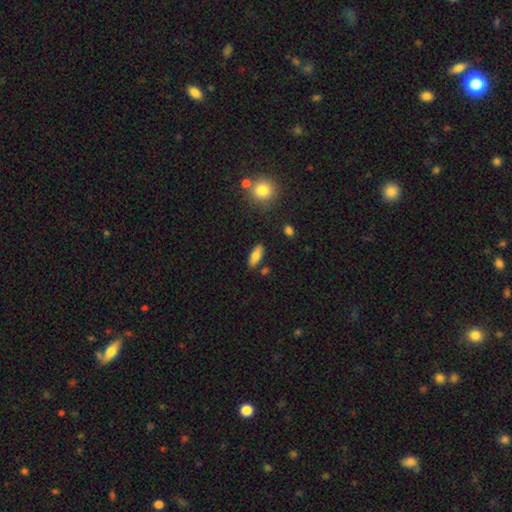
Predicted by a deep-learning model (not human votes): A smooth galaxy with no disk features (79%) that is in between round and cigar-shaped (76%). Merging: none (83%).